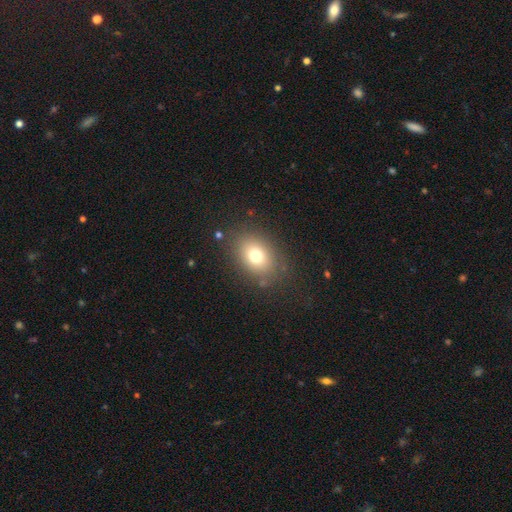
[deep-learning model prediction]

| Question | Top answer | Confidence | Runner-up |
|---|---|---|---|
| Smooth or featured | smooth | 74% | featured or disk (13%) |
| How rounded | in between | 67% | round (32%) |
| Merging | none | 81% | minor disturbance (11%) |